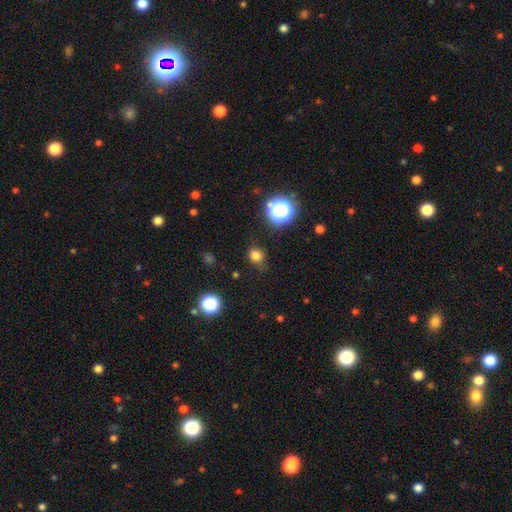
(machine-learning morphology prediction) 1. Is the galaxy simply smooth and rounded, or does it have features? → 78% smooth, 17% star or artifact, 5% featured or disk.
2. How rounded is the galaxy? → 72% round, 27% in between, 1% cigar-shaped.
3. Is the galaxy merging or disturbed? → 72% none, 20% minor disturbance, 6% major disturbance, 2% merger.